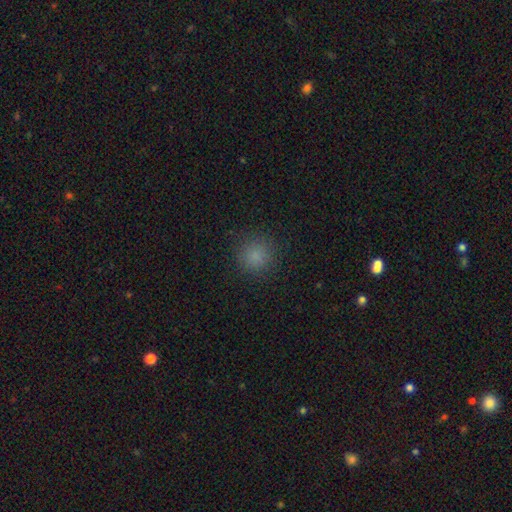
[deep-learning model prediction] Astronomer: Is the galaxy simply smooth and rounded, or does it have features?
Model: smooth — 82%.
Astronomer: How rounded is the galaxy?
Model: round — 93%.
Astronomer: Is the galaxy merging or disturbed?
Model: none — 88%.